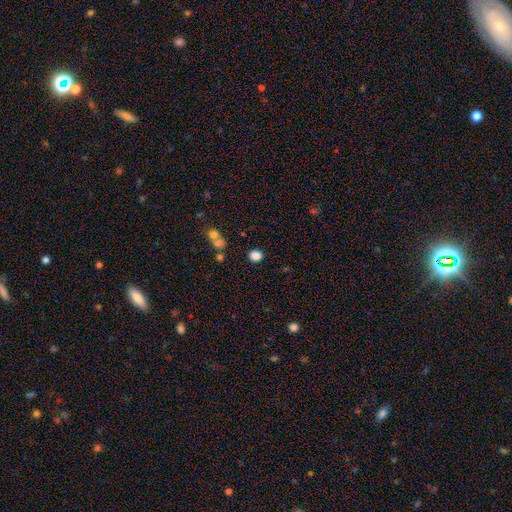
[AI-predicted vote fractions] Q: Smooth or featured?
A: smooth (84%); runner-up: star or artifact (12%)
Q: How rounded?
A: round (65%); runner-up: in between (34%)
Q: Merging?
A: none (83%); runner-up: minor disturbance (8%)